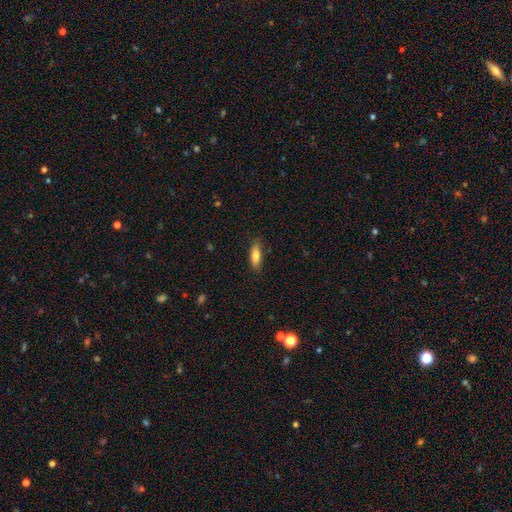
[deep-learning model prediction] smooth 79%, featured or disk 14%, star or artifact 7%. Down the decision tree: how rounded — in between (61%); merging — none (83%).